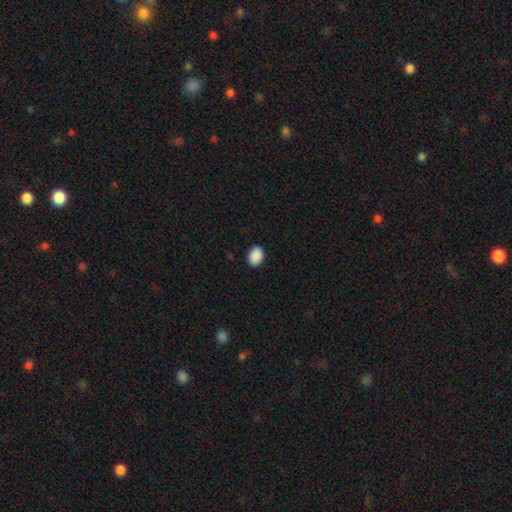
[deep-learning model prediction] Smooth or featured? smooth (91%)
How rounded? in between (76%)
Merging? none (89%)